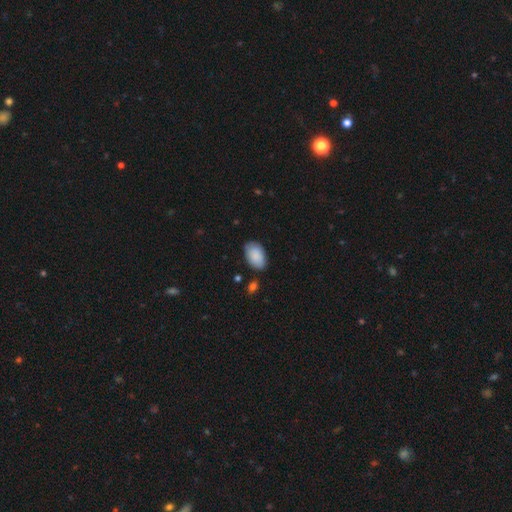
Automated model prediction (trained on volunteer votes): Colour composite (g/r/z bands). It shows a smooth galaxy with no disk features (87%) that is in between round and cigar-shaped (93%). Merging: none (78%).